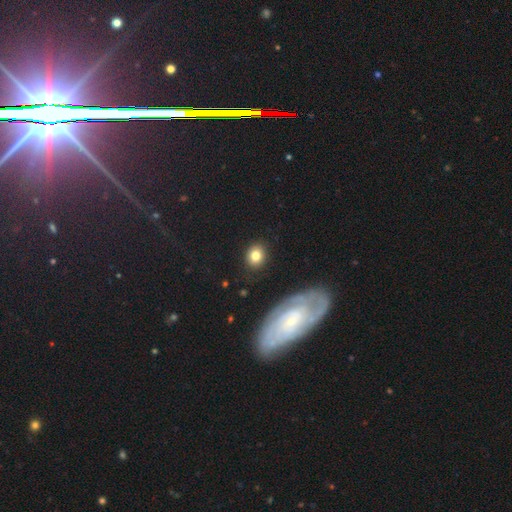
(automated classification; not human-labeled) smooth_or_featured: smooth (p=0.79) [alt: featured or disk p=0.11]
how_rounded: round (p=0.68) [alt: in between p=0.30]
merging: none (p=0.86) [alt: minor disturbance p=0.09]